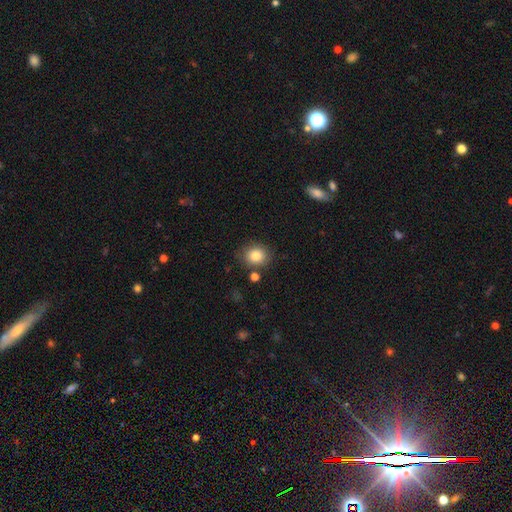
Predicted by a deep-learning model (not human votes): The model was most divided on "how rounded": round: 70%, in between: 29%, cigar-shaped: 1%. More confident: smooth or featured — smooth (83%); merging — none (81%).